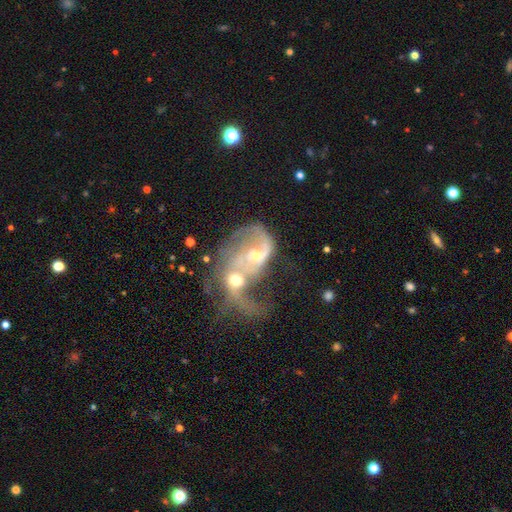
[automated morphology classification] Overall: featured or disk (79%). Edge-on disk: no (96%). Bar: no (50%; weak 35%). Spiral arms: yes (84%). Spiral arm count: 2 (60%). Spiral winding: loose (58%; medium 31%). Bulge size: moderate (53%; small 37%). Merging: merger (78%).